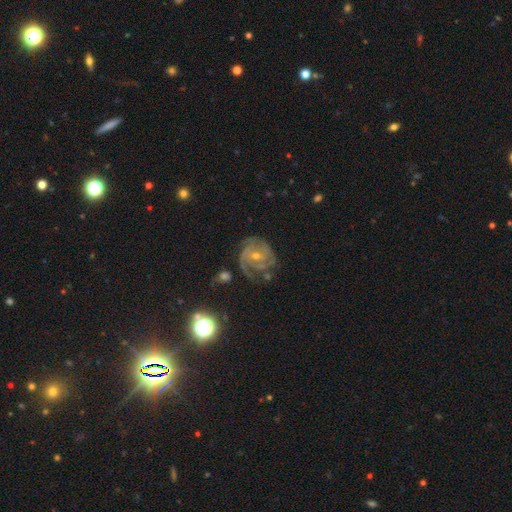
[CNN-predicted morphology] featured or disk 83%, star or artifact 11%, smooth 7%. Down the decision tree: edge-on disk — no (98%); bar — no (59%); spiral arms — yes (97%); spiral arm count — 3 (42%); spiral winding — tight (65%); bulge size — small (59%); merging — none (68%).